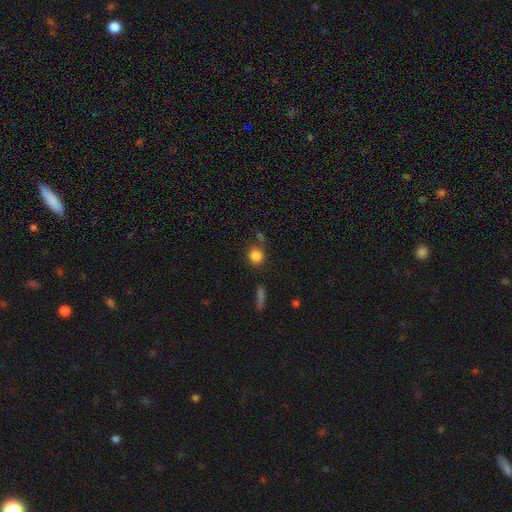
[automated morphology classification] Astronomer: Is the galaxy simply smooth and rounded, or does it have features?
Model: smooth — 84%.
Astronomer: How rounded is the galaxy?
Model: round — 86%.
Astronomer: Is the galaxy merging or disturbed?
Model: none — 74%.